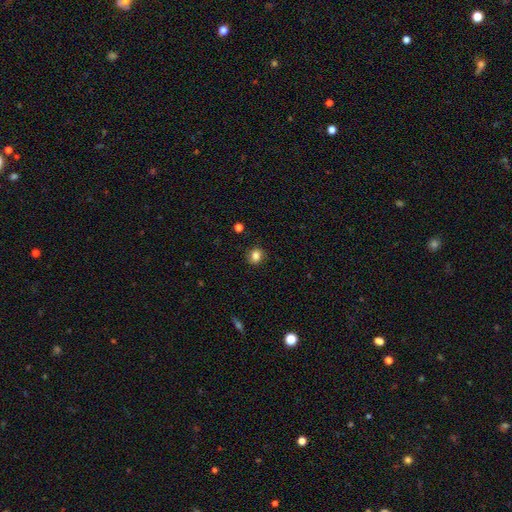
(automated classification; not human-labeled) smooth 84%, star or artifact 11%, featured or disk 5%. Down the decision tree: how rounded — round (66%); merging — none (87%).